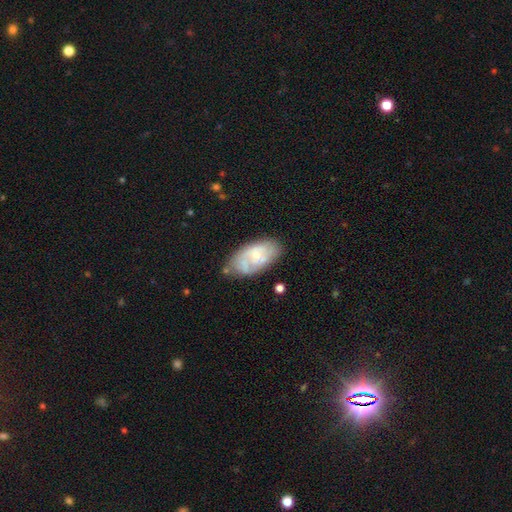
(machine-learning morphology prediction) This is likely a featured or disk galaxy (61%). It is clearly not viewed edge-on (95%). Bar: likely no (63%). Spiral arm pattern: likely yes (77%). Central bulge: likely small (66%). Merging: likely none (63%).